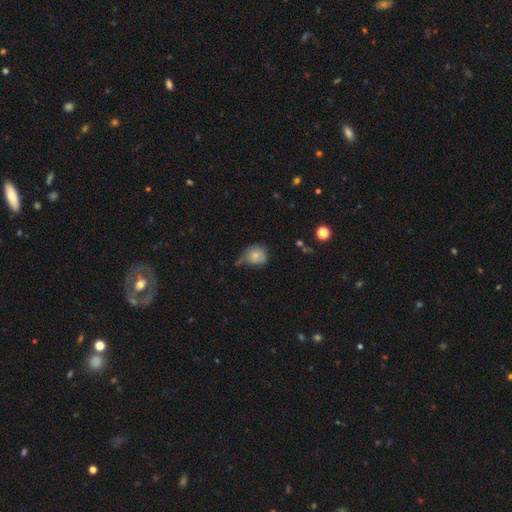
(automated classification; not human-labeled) A smooth galaxy with no disk features (72%) that is round (77%).

Vote fractions:
- Smooth or featured? smooth: 72% / featured or disk: 18% / star or artifact: 9%
- How rounded? round: 77% / in between: 22% / cigar-shaped: 1%
- Merging? minor disturbance: 37% (tied) / none: 37% (tied) / major disturbance: 17% / merger: 9%